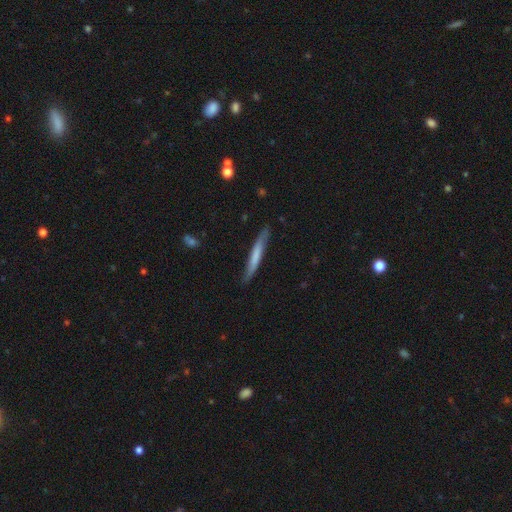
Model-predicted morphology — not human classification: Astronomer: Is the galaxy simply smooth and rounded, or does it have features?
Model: smooth — 59% (runner-up: featured or disk, 36%).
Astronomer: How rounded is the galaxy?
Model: cigar-shaped — 95%.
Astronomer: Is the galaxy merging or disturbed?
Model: none — 81%.